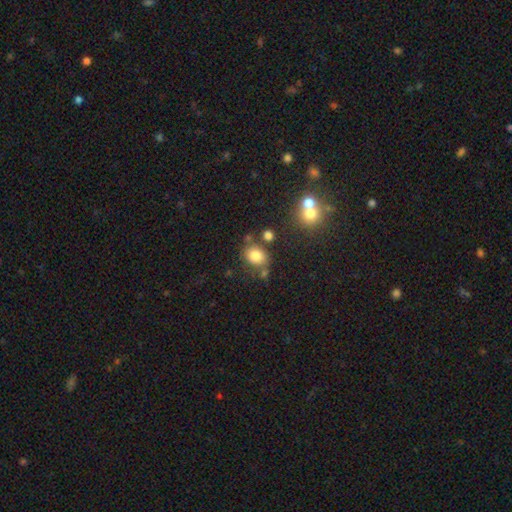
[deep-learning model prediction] This is clearly a smooth galaxy (80%). How rounded: possibly round (53%). Merging: likely none (65%).